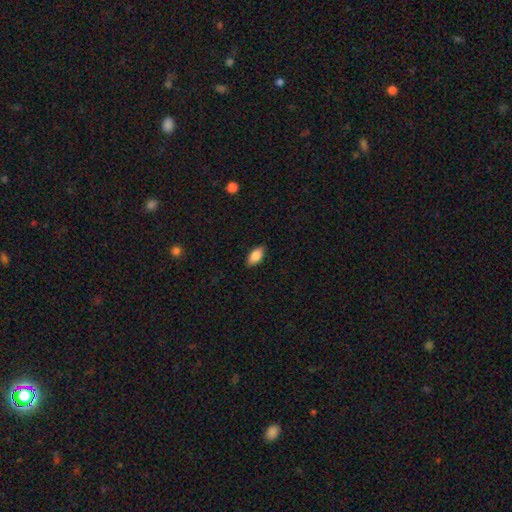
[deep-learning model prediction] Morphology: type=smooth (85%); roundness=in between (91%); merging=none (87%).